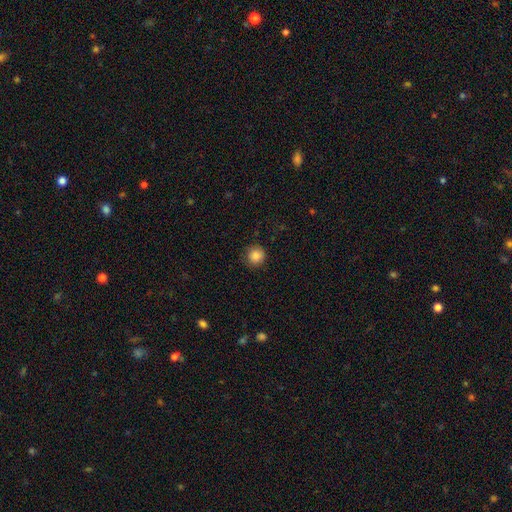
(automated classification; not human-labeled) This appears to be a smooth galaxy with no disk features (85%) that is round (95%). Merging: none (88%).